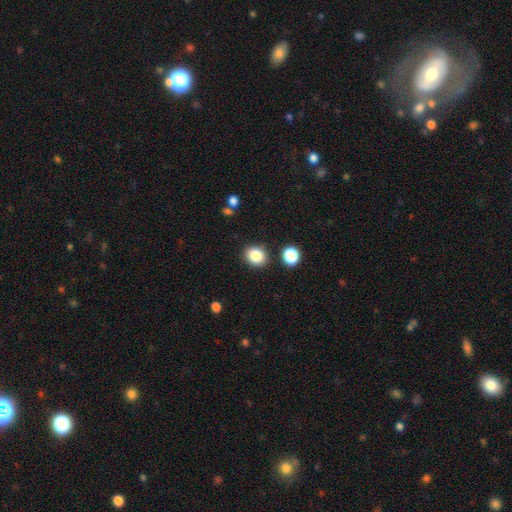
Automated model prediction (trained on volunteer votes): Morphology: type=smooth (85%); roundness=round (65%); merging=none (85%).